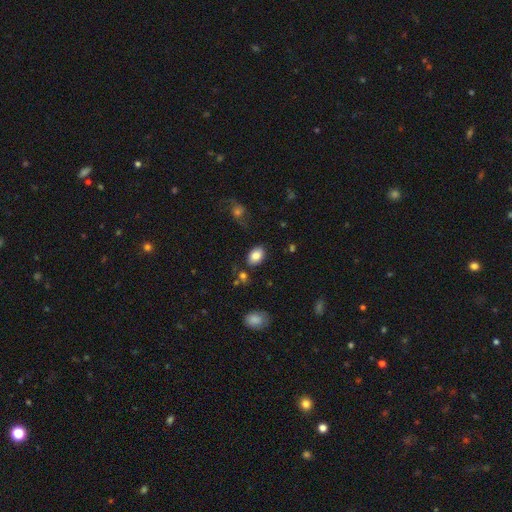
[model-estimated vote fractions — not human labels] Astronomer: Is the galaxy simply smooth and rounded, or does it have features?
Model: smooth — 84%.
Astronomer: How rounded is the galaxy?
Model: in between — 85%.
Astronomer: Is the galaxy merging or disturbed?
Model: none — 82%.